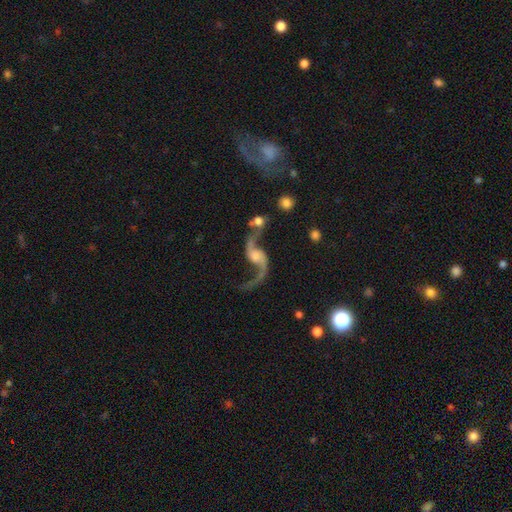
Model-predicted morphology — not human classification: smooth-or-featured: featured or disk: 90% | star or artifact: 6% | smooth: 4%
  disk-edge-on: no: 96% | yes: 4%
    bar: no: 56% | weak: 34% | strong: 10%
    has-spiral-arms: yes: 97% | no: 3%
      spiral-winding: loose: 91% | medium: 7% | tight: 2%
      spiral-arm-count: 2: 93% | 1: 3% | can't tell: 1% | 3: 1% | 4: 1% | more than 4: 1%
    bulge-size: moderate: 34% | small: 28% | none: 18% | large: 16% | dominant: 4%
  merging: none: 58% | minor disturbance: 15% | merger: 14% | major disturbance: 13%